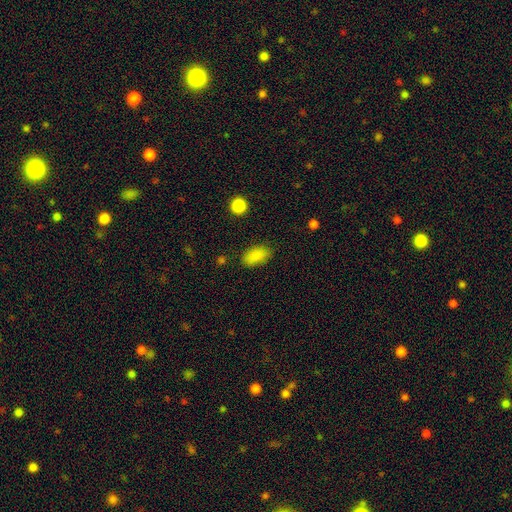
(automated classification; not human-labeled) Overall: smooth (87%). How rounded: in between (92%). Merging: none (82%).